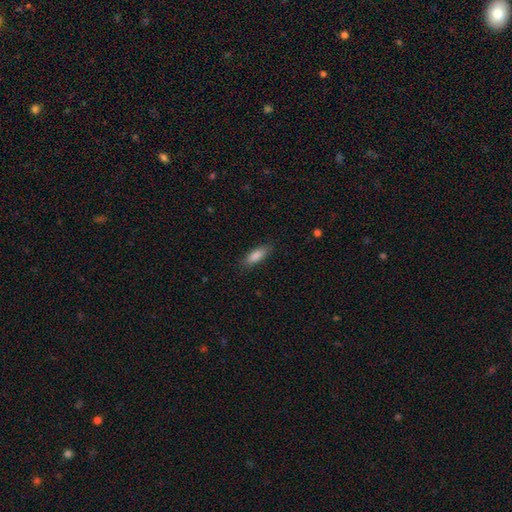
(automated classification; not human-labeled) Smooth or featured? smooth (86%)
How rounded? in between (64%)
Merging? none (84%)